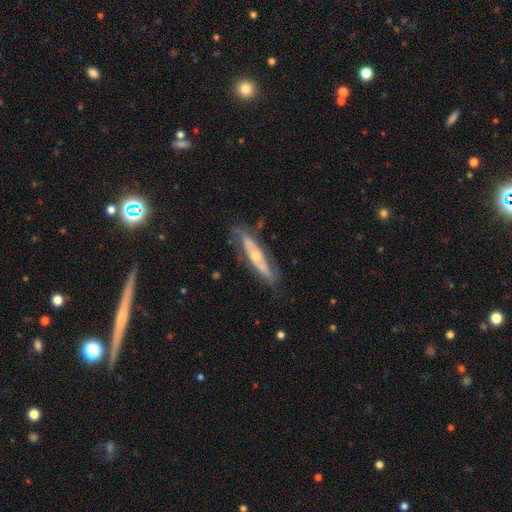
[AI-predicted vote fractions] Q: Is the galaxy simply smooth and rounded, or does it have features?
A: featured or disk — 69%.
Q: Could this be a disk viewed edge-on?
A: yes — 54%.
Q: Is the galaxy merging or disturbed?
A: none — 71%.